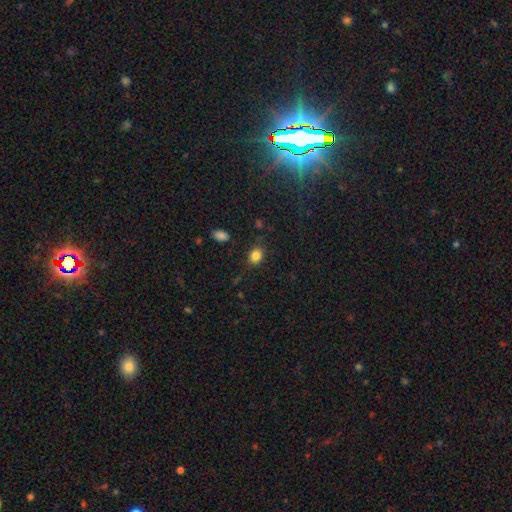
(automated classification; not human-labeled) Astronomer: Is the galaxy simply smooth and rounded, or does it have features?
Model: smooth — 84%.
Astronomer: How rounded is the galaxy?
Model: round — 51% (runner-up: in between, 48%).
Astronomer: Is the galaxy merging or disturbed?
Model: none — 83%.